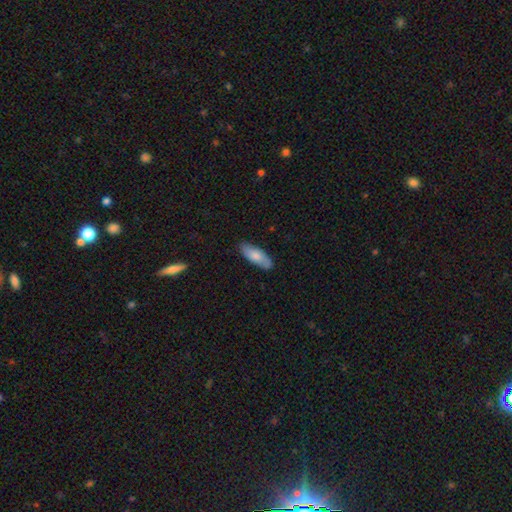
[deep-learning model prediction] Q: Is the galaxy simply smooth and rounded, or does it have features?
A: smooth — 75%.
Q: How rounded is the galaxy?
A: in between — 72%.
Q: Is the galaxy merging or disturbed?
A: none — 84%.